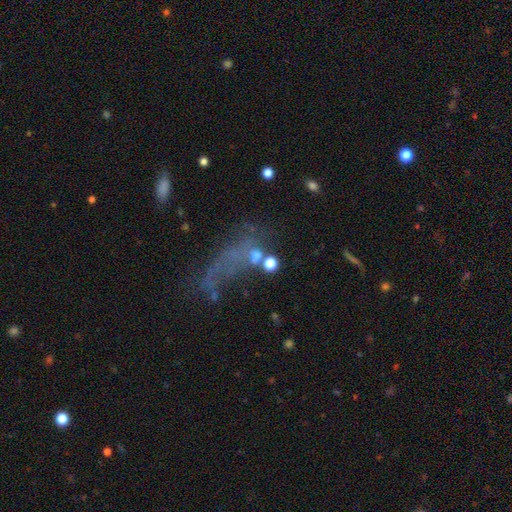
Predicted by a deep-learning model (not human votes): Overall: smooth (41%; star or artifact 32%). Merging: none (38%; major disturbance 29%).